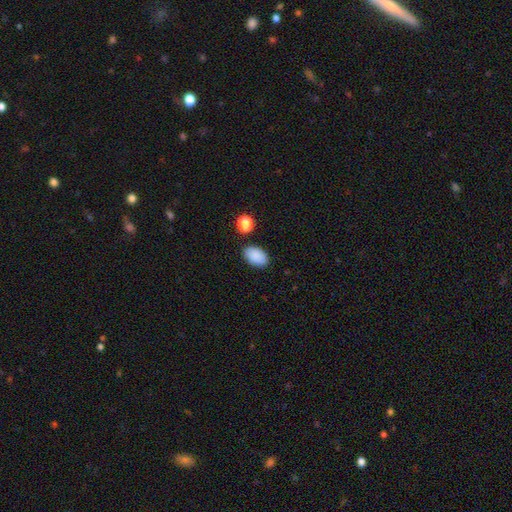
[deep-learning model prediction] Smooth or featured? Predicted: smooth (p=0.89). How rounded? Predicted: in between (p=0.90). Merging? Predicted: none (p=0.84).